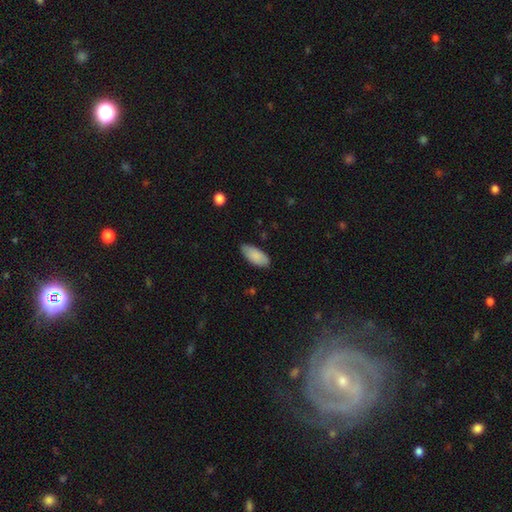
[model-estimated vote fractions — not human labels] Smooth or featured: smooth — 87% (featured or disk — 7%)
How rounded: in between — 89% (cigar-shaped — 9%)
Merging: none — 79% (minor disturbance — 17%)